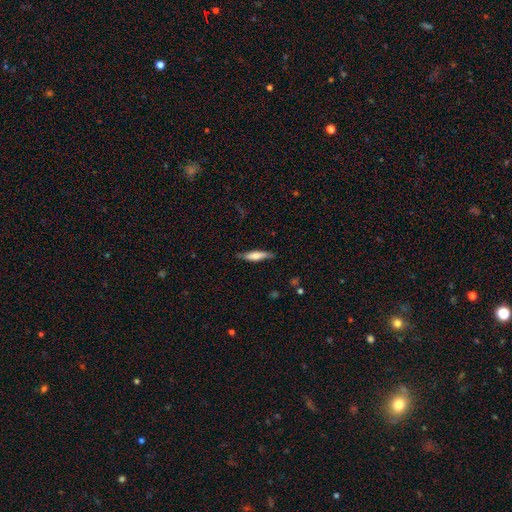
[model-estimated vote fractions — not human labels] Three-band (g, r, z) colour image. It shows a smooth galaxy with no disk features (61%) that is cigar-shaped (76%). Merging: none (80%).